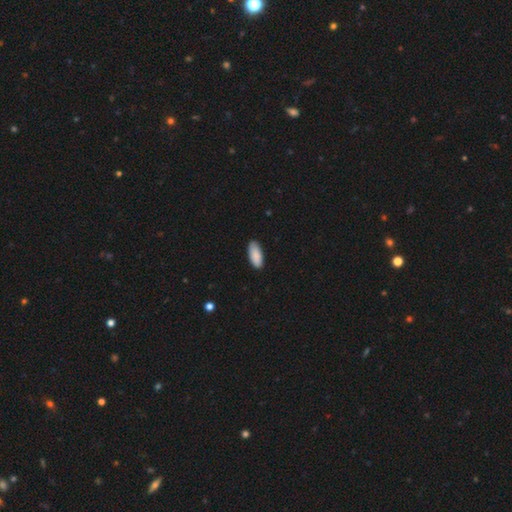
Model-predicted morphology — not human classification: This is clearly a smooth galaxy (87%). How rounded: clearly in between (87%). Merging: clearly none (85%).